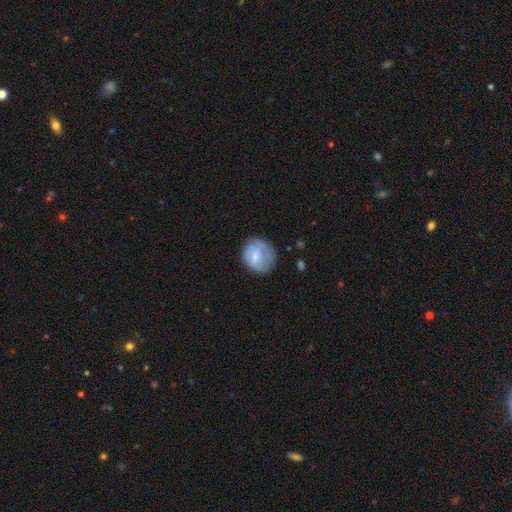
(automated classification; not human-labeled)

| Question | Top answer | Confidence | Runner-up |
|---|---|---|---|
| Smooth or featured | smooth | 61% | featured or disk (32%) |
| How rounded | round | 78% | in between (21%) |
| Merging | none | 63% | minor disturbance (24%) |